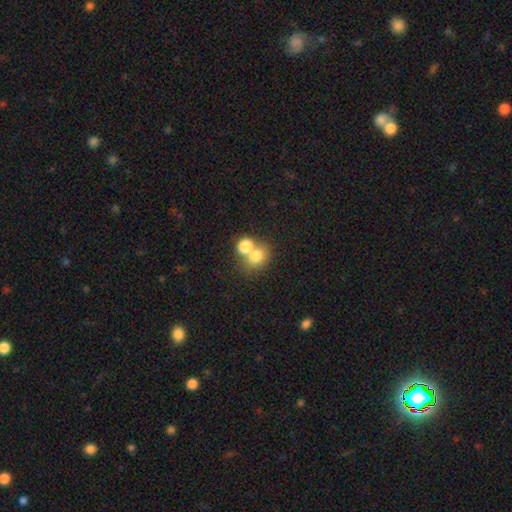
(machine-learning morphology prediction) Smooth or featured? Predicted: smooth (p=0.75). How rounded? Predicted: round (p=0.59). Merging? Predicted: merger (p=0.47).